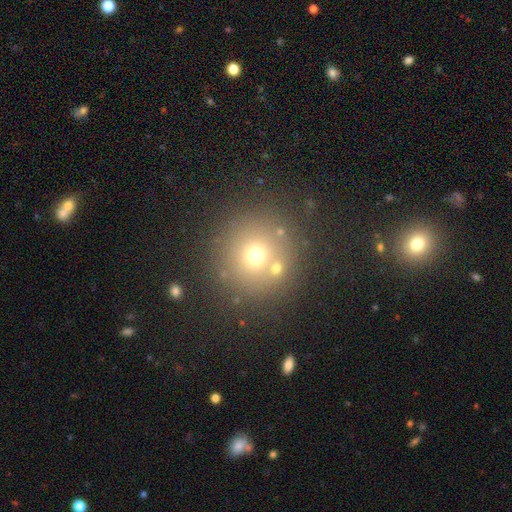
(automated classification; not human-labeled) smooth-or-featured: smooth: 65% | star or artifact: 21% | featured or disk: 14%
  how-rounded: round: 94% | in between: 5% | cigar-shaped: 1%
  merging: none: 77% | merger: 10% | minor disturbance: 8% | major disturbance: 5%